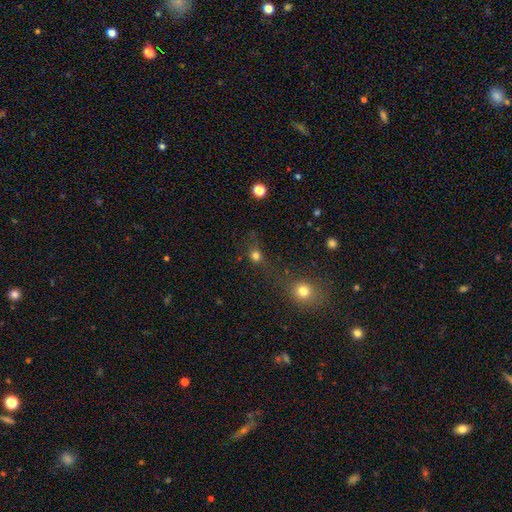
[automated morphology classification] Smooth or featured?
  - smooth: 70% *
  - star or artifact: 21%
  - featured or disk: 9%
How rounded?
  - round: 82% *
  - in between: 15%
  - cigar-shaped: 3%
Merging?
  - none: 53% *
  - merger: 21%
  - major disturbance: 14%
  - minor disturbance: 13%